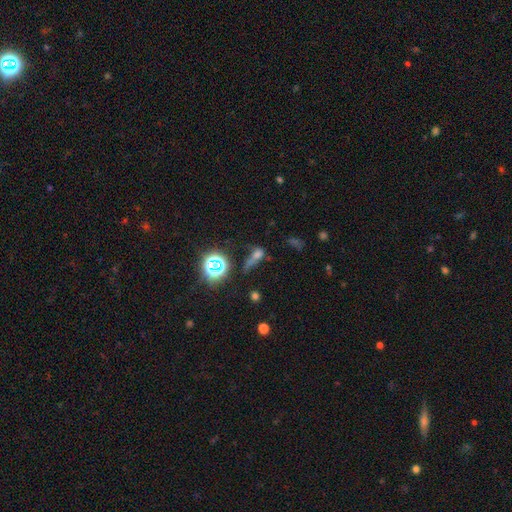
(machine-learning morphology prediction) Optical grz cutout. It shows a smooth galaxy with no disk features (43%). Merging: none (34%).